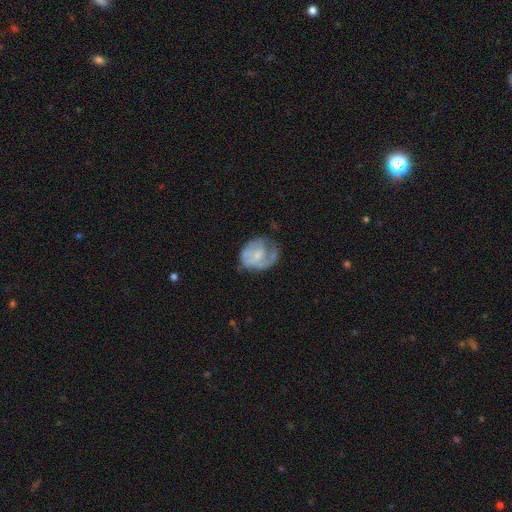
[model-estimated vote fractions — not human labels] This appears to be a featured or disk galaxy (64%) with no bar (56%), spiral arms (79%) and a small central bulge (50%). Merging: none (47%).